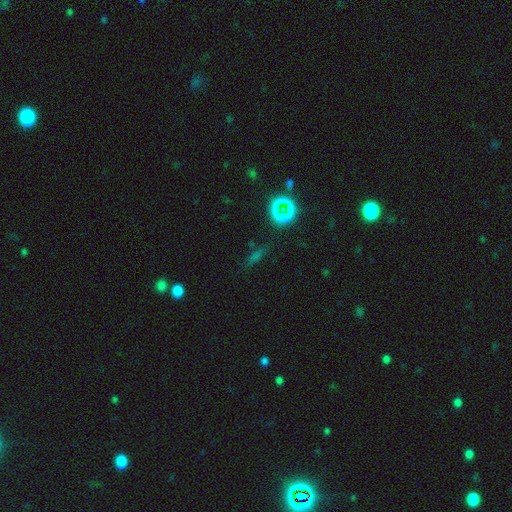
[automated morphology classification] smooth-or-featured: star or artifact: 48% | smooth: 38% | featured or disk: 14%